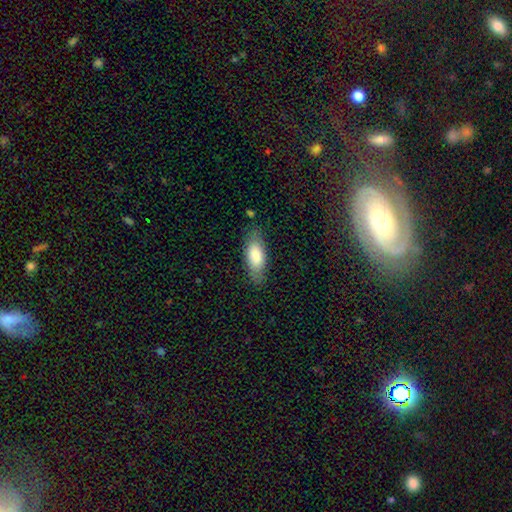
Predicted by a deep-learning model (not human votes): A smooth galaxy with no disk features (79%) that is in between round and cigar-shaped (80%).

Vote fractions:
- Smooth or featured? smooth: 79% / featured or disk: 15% / star or artifact: 6%
- How rounded? in between: 80% / cigar-shaped: 18% / round: 2%
- Merging? none: 79% / minor disturbance: 16% / major disturbance: 4% / merger: 2%